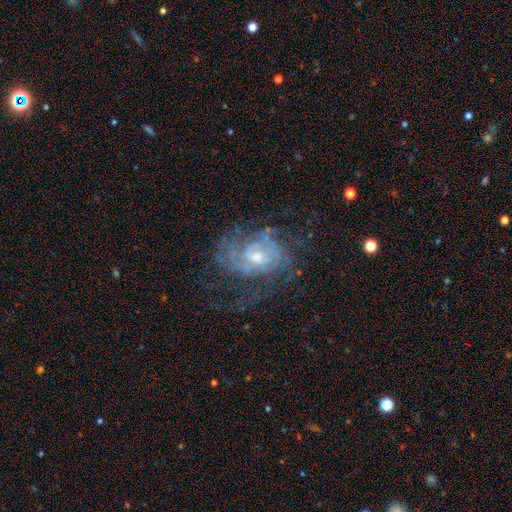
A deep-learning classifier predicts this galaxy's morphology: A featured or disk galaxy (78%) with no bar (63%), tight (43%) spiral arms (86%) and a moderate central bulge (47%).

Vote fractions:
- Smooth or featured? featured or disk: 78% / smooth: 11% / star or artifact: 11%
- Edge-on disk? no: 97% / yes: 3%
- Bar? no: 63% / weak: 31% / strong: 6%
- Spiral arms? yes: 86% / no: 14%
- Spiral winding? tight: 43% / medium: 39% / loose: 19%
- Spiral arm count? can't tell: 43% / 2: 20% / 3: 15% / 4: 9% / 1: 7% / more than 4: 6%
- Bulge size? moderate: 47% / small: 45% / large: 4% / none: 3% / dominant: 1%
- Merging? none: 57% / major disturbance: 23% / minor disturbance: 19% / merger: 2%